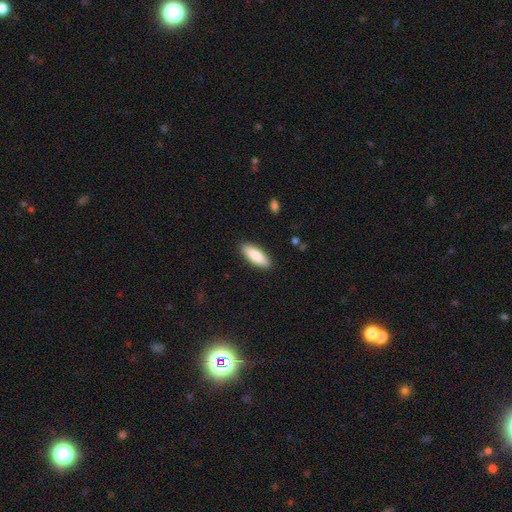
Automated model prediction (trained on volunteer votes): Q: Smooth or featured?
A: smooth (84%); runner-up: featured or disk (11%)
Q: How rounded?
A: in between (59%); runner-up: cigar-shaped (40%)
Q: Merging?
A: none (89%); runner-up: minor disturbance (8%)